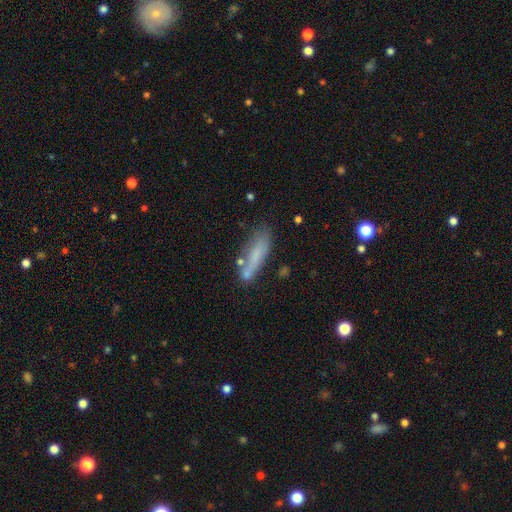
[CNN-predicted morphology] This is likely a smooth galaxy (67%). How rounded: likely cigar-shaped (68%). Merging: possibly none (58%).